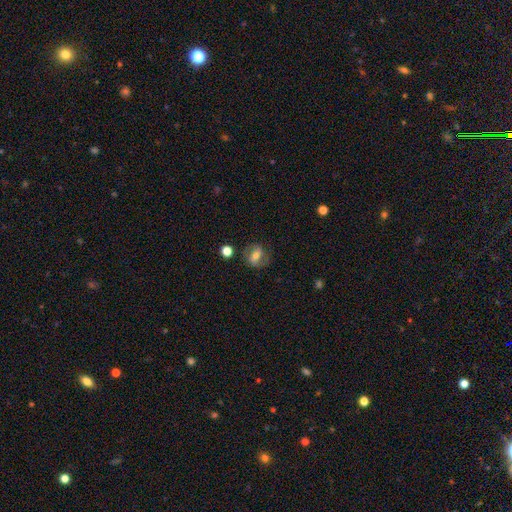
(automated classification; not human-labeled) Smooth or featured? featured or disk (47%)
Merging? none (73%)